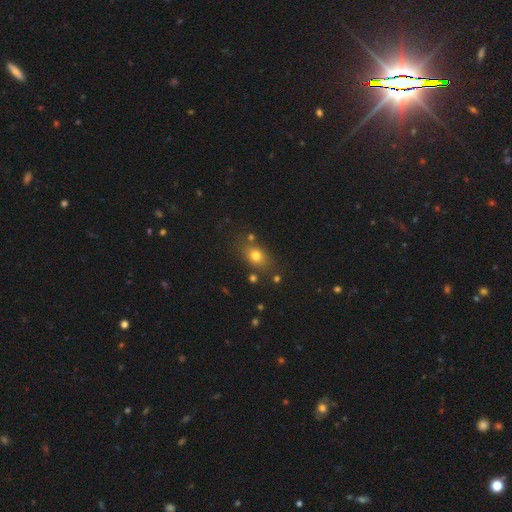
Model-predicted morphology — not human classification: The model was most divided on "how rounded": in between: 61%, round: 37%, cigar-shaped: 3%. More confident: merging — none (76%); smooth or featured — smooth (74%).